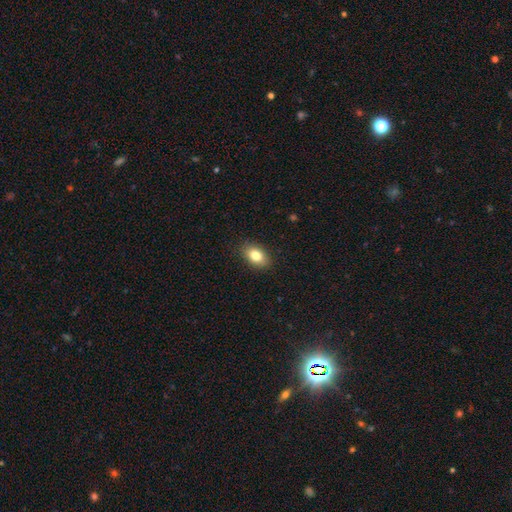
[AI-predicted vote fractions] A smooth galaxy with no disk features (82%) that is in between round and cigar-shaped (86%). Merging: none (88%).